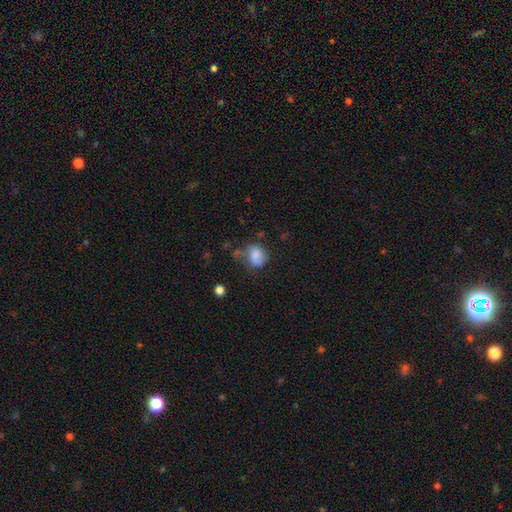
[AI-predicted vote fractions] A smooth galaxy with no disk features (76%) that is round (52%). Merging: none (46%).